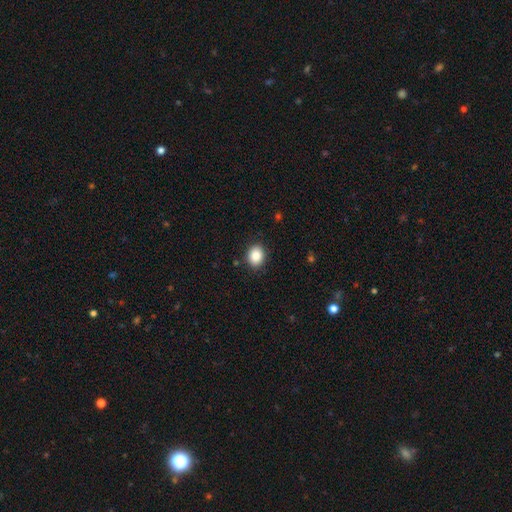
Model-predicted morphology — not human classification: Smooth or featured? smooth (86%)
How rounded? in between (51%)
Merging? none (88%)